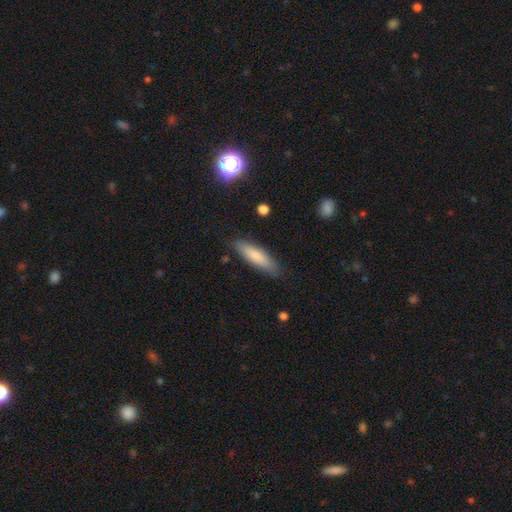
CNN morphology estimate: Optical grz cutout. It shows a smooth galaxy with no disk features (80%) that is cigar-shaped (68%). Merging: none (84%).